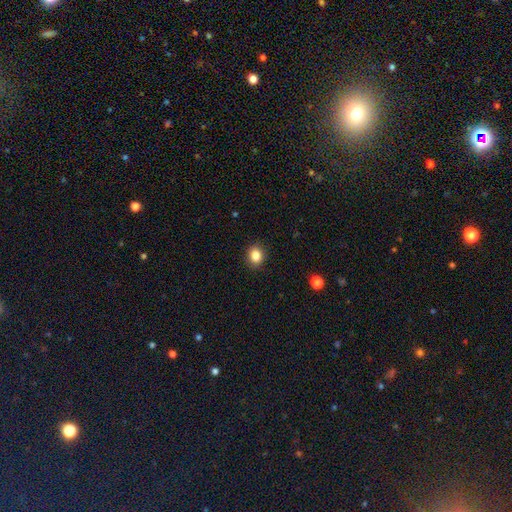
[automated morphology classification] type=smooth (85%); roundness=round (56%); merging=none (89%).